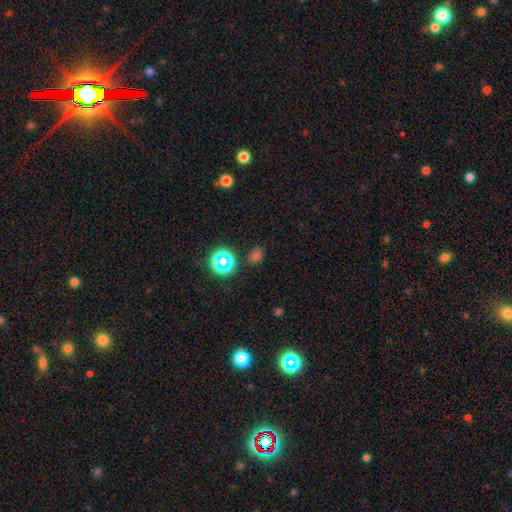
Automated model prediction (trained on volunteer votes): The model was most divided on "smooth or featured": smooth: 48%, star or artifact: 45%, featured or disk: 7%. More confident: merging — none (81%).